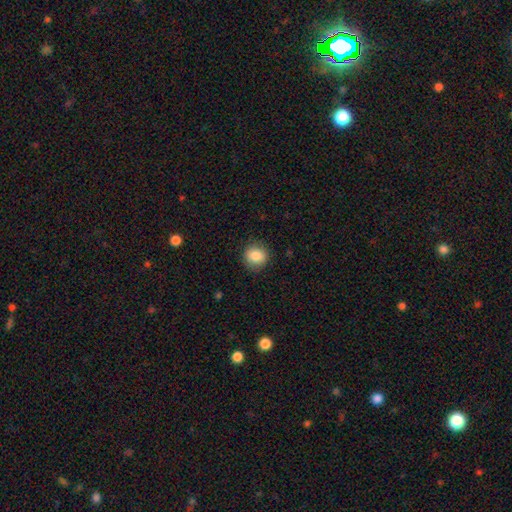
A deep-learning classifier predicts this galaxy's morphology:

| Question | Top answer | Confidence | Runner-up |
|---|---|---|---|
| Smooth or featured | smooth | 85% | star or artifact (9%) |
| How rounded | round | 87% | in between (12%) |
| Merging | none | 87% | minor disturbance (10%) |